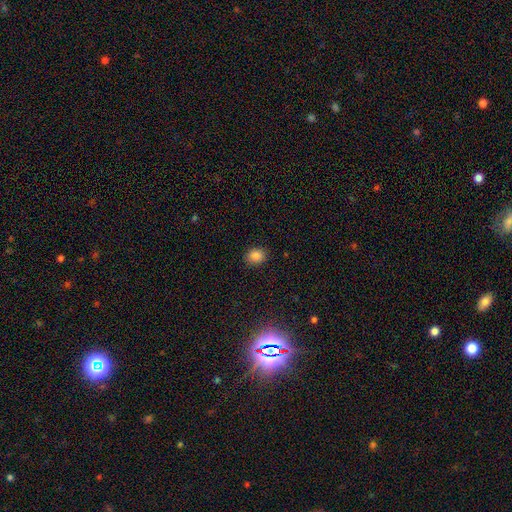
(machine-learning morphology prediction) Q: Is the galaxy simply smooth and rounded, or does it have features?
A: smooth — 85%.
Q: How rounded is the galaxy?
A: round — 51%.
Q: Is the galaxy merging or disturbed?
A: none — 88%.